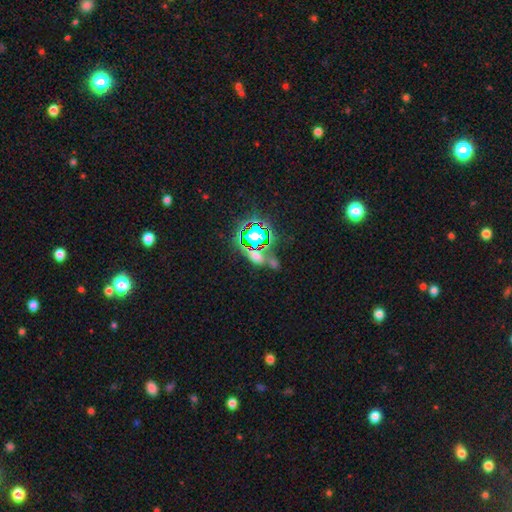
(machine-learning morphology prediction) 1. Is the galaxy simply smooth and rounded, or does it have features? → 53% star or artifact, 33% smooth, 14% featured or disk.